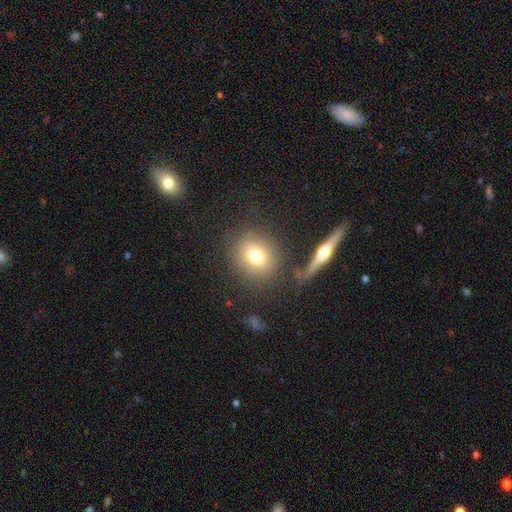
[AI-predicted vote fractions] smooth-or-featured: smooth: 74% | featured or disk: 15% | star or artifact: 11%
  how-rounded: round: 76% | in between: 23% | cigar-shaped: 2%
  merging: none: 76% | minor disturbance: 11% | merger: 7% | major disturbance: 6%